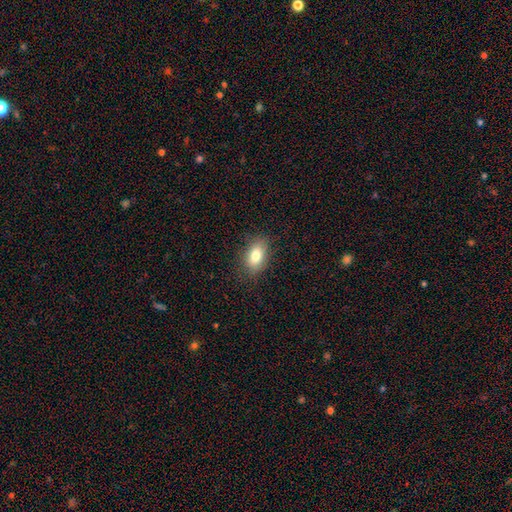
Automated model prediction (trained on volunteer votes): smooth-or-featured: smooth: 80% | featured or disk: 11% | star or artifact: 9%
  how-rounded: in between: 87% | round: 10% | cigar-shaped: 3%
  merging: none: 84% | minor disturbance: 12% | major disturbance: 3% | merger: 1%